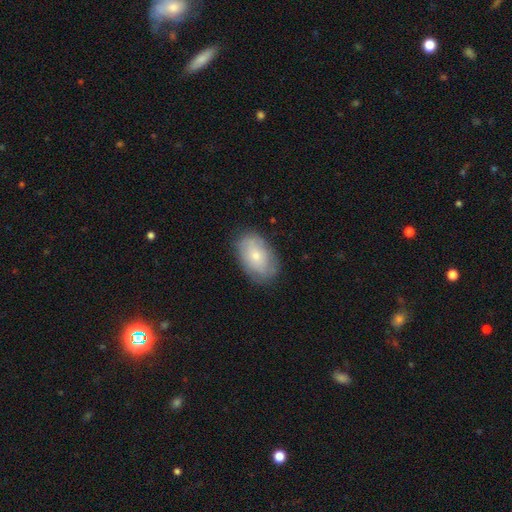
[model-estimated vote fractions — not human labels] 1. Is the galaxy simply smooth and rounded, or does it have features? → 67% smooth, 26% featured or disk, 7% star or artifact.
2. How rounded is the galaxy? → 90% in between, 9% round, 1% cigar-shaped.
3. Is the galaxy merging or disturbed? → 78% none, 17% minor disturbance, 4% major disturbance, 1% merger.